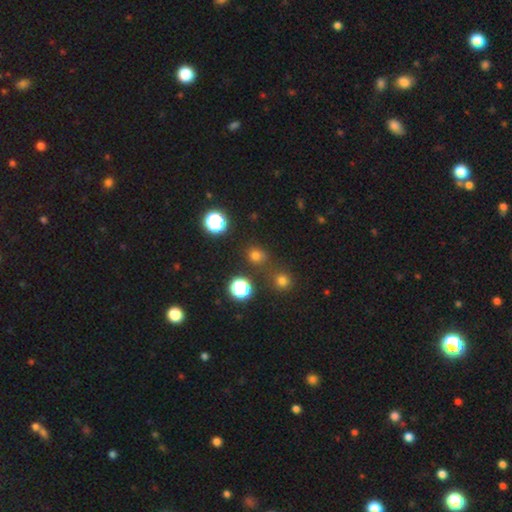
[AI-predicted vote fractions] smooth_or_featured: smooth (p=0.70) [alt: star or artifact p=0.25]
how_rounded: round (p=0.81) [alt: in between p=0.18]
merging: none (p=0.76) [alt: minor disturbance p=0.12]